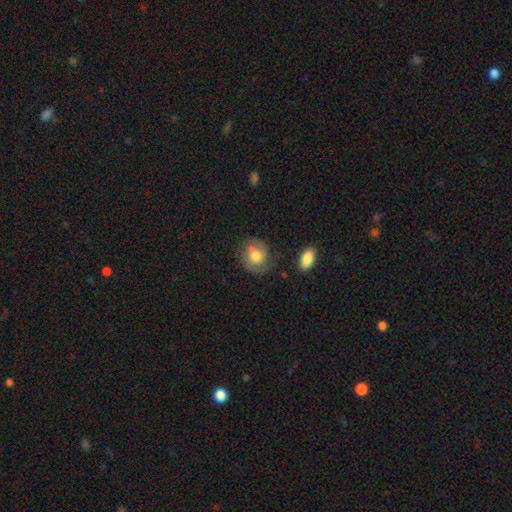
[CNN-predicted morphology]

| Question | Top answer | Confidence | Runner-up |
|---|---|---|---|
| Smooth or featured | featured or disk | 48% | smooth (44%) |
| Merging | none | 69% | minor disturbance (19%) |